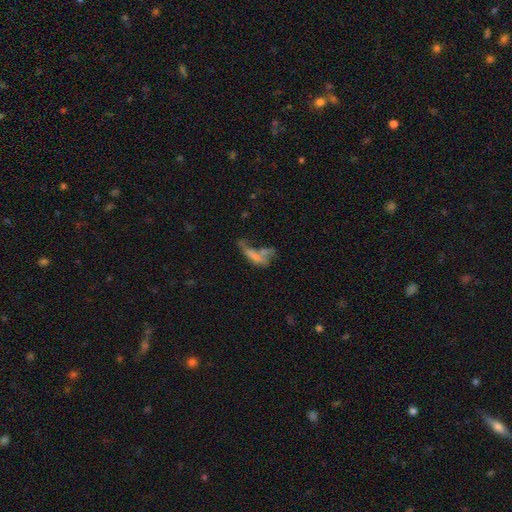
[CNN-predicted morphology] Q: Smooth or featured?
A: smooth (50%); runner-up: featured or disk (36%)
Q: Merging?
A: merger (42%); runner-up: major disturbance (27%)